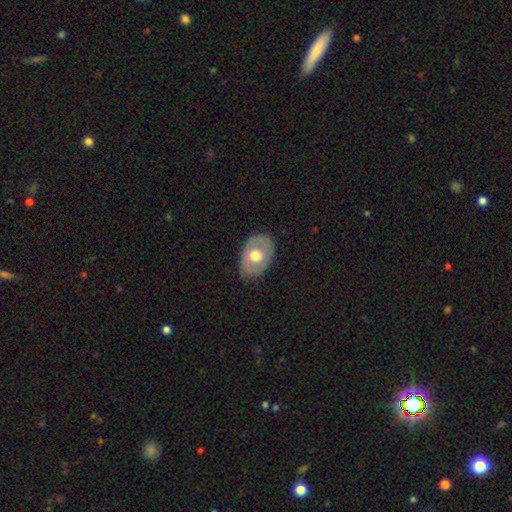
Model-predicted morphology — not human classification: This appears to be a featured or disk galaxy (48%). Merging: none (76%).